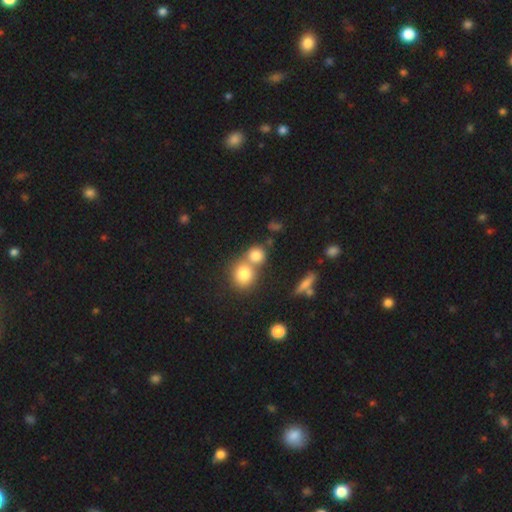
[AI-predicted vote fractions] Overall: smooth (78%). How rounded: round (78%). Merging: merger (48%; none 41%).